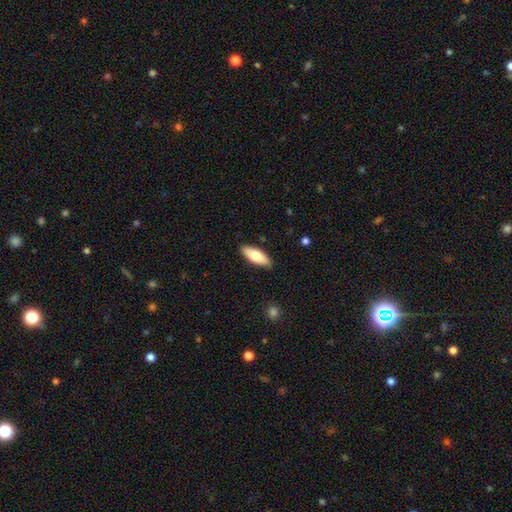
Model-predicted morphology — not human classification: This is likely a smooth galaxy (76%). How rounded: likely in between (72%). Merging: clearly none (89%).